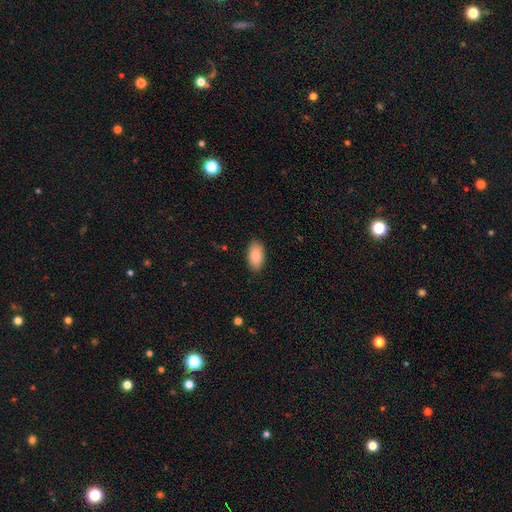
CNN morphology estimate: smooth-or-featured: smooth: 89% | star or artifact: 6% | featured or disk: 5%
  how-rounded: in between: 95% | cigar-shaped: 3% | round: 3%
  merging: none: 88% | minor disturbance: 9% | major disturbance: 2% | merger: 1%